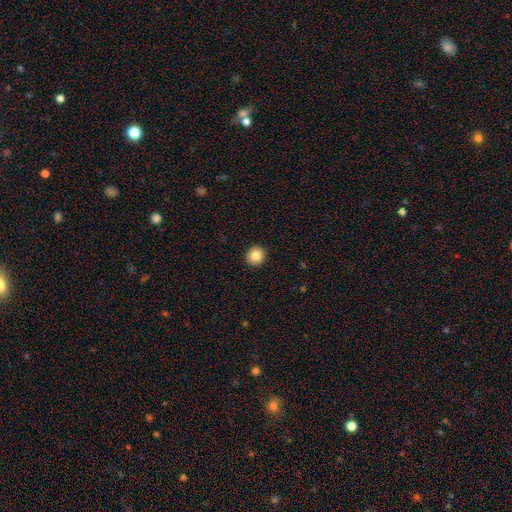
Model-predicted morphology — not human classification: type=smooth (83%); roundness=round (94%); merging=none (93%).